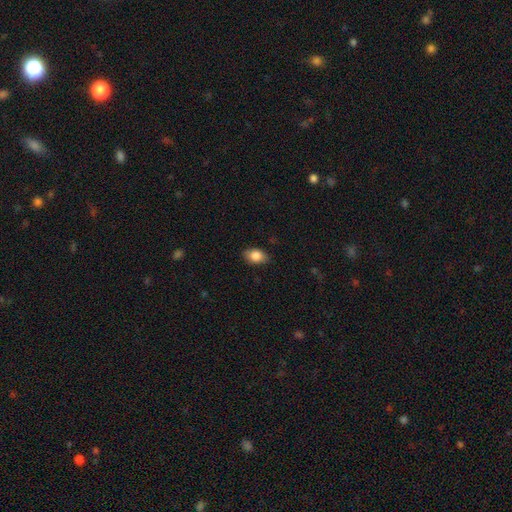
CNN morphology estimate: smooth 84%, featured or disk 9%, star or artifact 7%. Down the decision tree: how rounded — in between (87%); merging — none (84%).